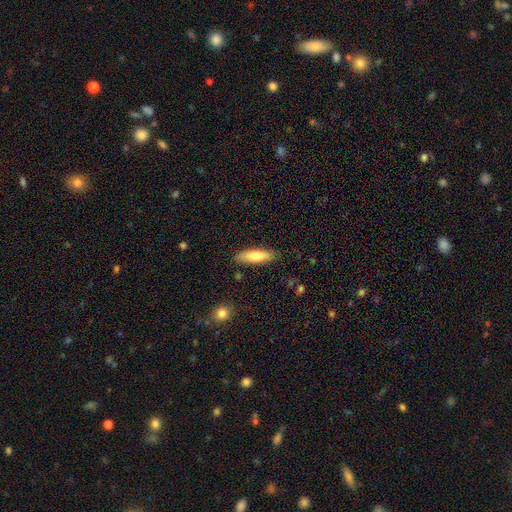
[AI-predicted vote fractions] Smooth or featured? smooth (73%)
How rounded? cigar-shaped (55%)
Merging? none (85%)